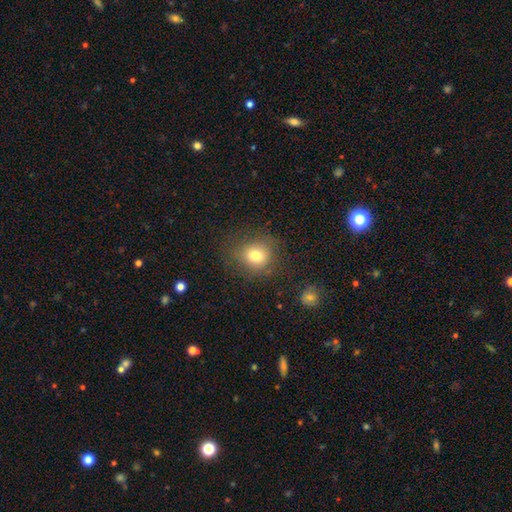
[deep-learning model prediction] A smooth galaxy with no disk features (78%) that is round (75%). Merging: none (76%).